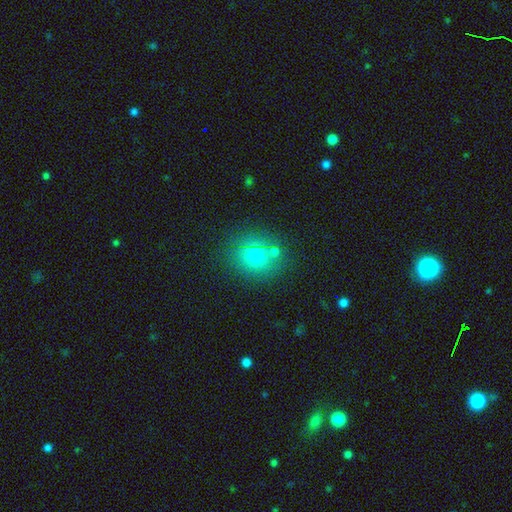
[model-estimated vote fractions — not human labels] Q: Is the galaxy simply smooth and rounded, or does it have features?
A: smooth — 72%.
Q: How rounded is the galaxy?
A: round — 78%.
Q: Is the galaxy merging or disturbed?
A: none — 70%.